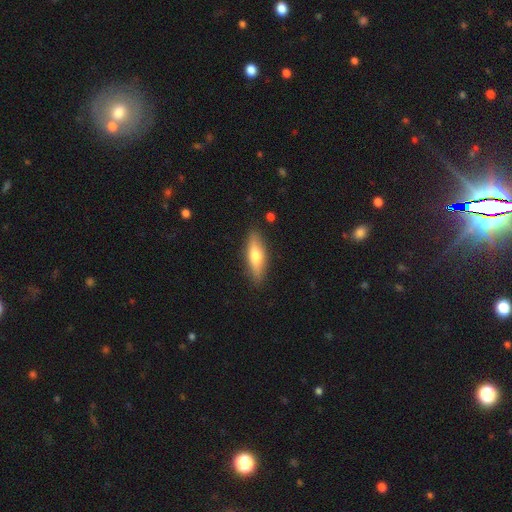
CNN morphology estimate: The model was most divided on "how rounded": cigar-shaped: 54%, in between: 44%, round: 2%. More confident: merging — none (85%); smooth or featured — smooth (58%).